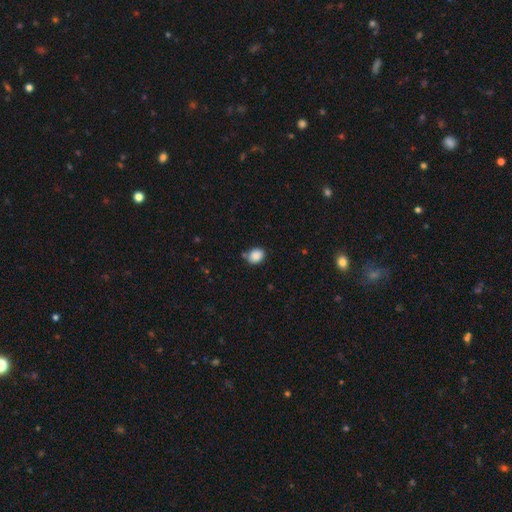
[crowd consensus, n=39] Smooth or featured? 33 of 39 (85%) said smooth. How rounded? 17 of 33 (52%) said in between. Merging? 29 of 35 (83%) said none.